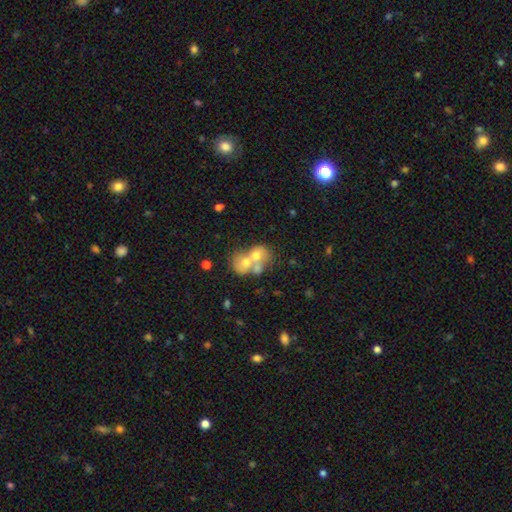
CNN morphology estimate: type=smooth (57%); roundness=round (57%); merging=merger (74%).